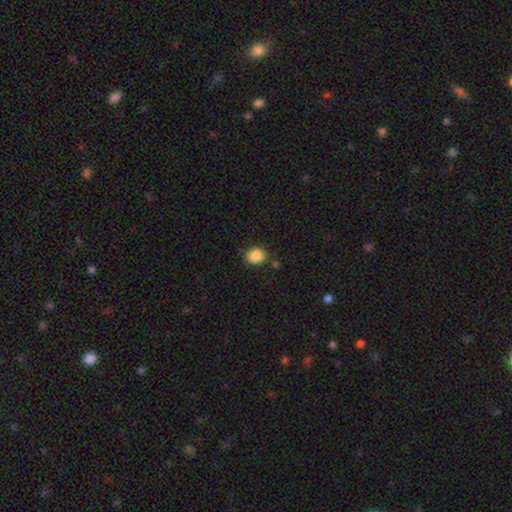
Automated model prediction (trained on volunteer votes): Smooth or featured? smooth (86%)
How rounded? round (54%)
Merging? none (80%)